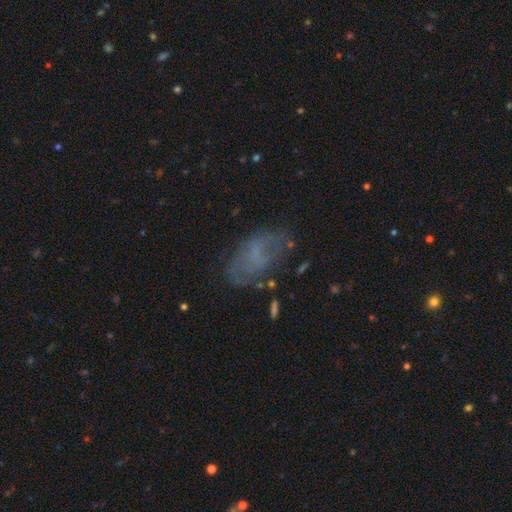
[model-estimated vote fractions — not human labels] Smooth or featured?
  - featured or disk: 43% *
  - smooth: 41%
  - star or artifact: 16%
Merging?
  - none: 54% *
  - minor disturbance: 23%
  - major disturbance: 20%
  - merger: 4%